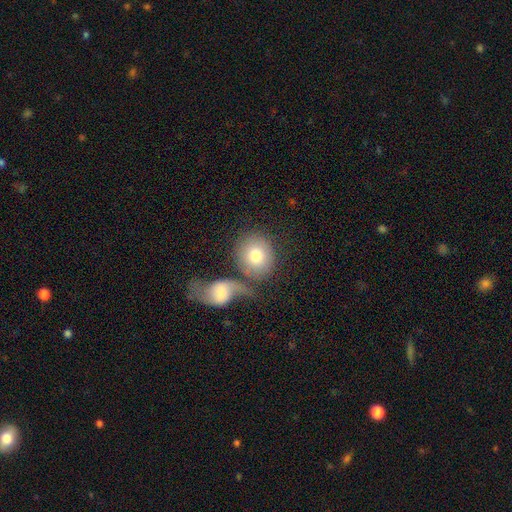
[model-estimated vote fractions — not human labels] This appears to be a smooth galaxy with no disk features (77%) that is round (76%). Merging: none (50%).